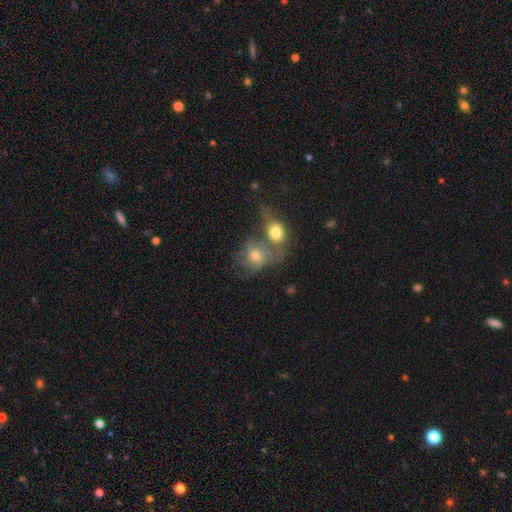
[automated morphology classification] Smooth or featured: smooth — 52% (featured or disk — 37%)
How rounded: round — 51% (in between — 48%)
Merging: merger — 61% (none — 19%)